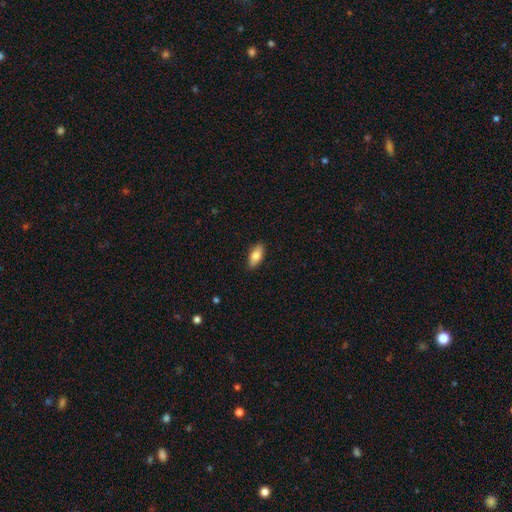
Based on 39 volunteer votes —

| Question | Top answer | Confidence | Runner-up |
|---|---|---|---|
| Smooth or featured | smooth | 72% | featured or disk (21%) |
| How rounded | in between | 93% | round (4%) |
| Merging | none | 92% | minor disturbance (6%) |